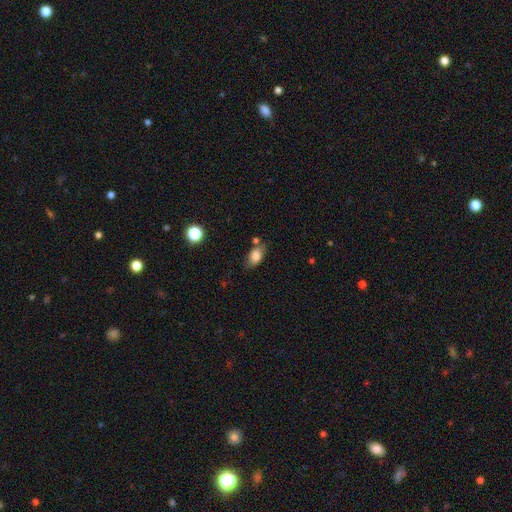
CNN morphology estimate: type=smooth (80%); roundness=in between (86%); merging=none (67%).